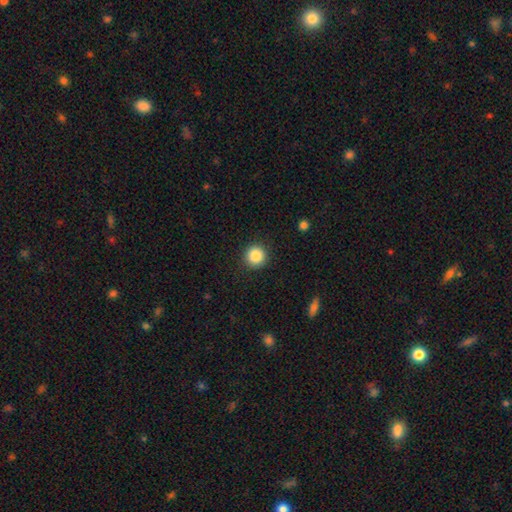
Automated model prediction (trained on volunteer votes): Smooth or featured: smooth — 87% (star or artifact — 10%)
How rounded: round — 94% (in between — 5%)
Merging: none — 90% (minor disturbance — 6%)